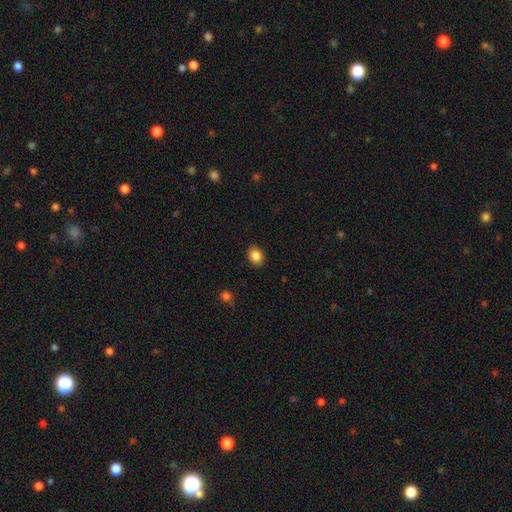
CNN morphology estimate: This is clearly a smooth galaxy (86%). How rounded: possibly in between (60%). Merging: clearly none (89%).